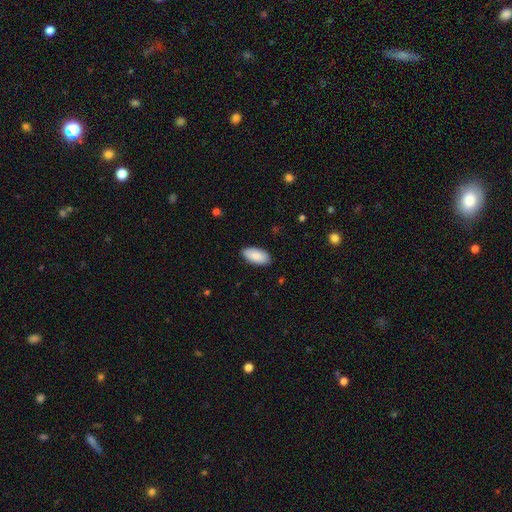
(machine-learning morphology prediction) smooth-or-featured: smooth: 89% | star or artifact: 6% | featured or disk: 6%
  how-rounded: in between: 95% | cigar-shaped: 4% | round: 2%
  merging: none: 87% | minor disturbance: 10% | major disturbance: 2% | merger: 1%